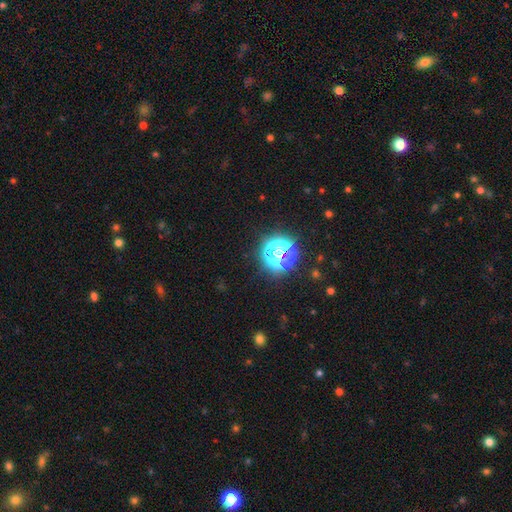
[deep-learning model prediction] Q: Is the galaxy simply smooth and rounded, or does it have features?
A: star or artifact — 79%.